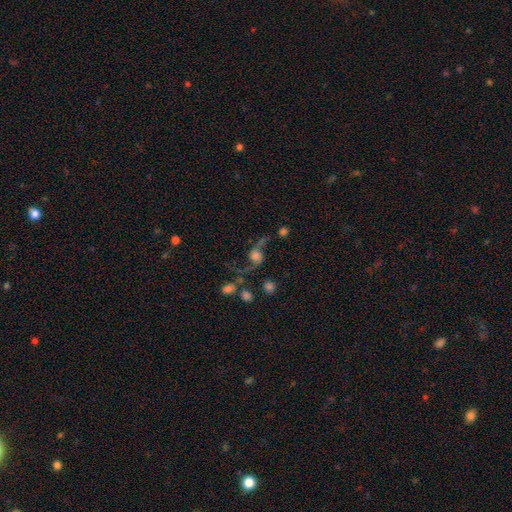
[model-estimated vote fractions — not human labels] Smooth or featured?
  - featured or disk: 69% *
  - smooth: 19%
  - star or artifact: 13%
Edge-on disk?
  - no: 95% *
  - yes: 5%
Bar?
  - no: 70% *
  - weak: 24%
  - strong: 6%
Spiral arms?
  - yes: 91% *
  - no: 9%
Spiral winding?
  - loose: 88% *
  - medium: 10%
  - tight: 2%
Spiral arm count?
  - 2: 89% *
  - 1: 6%
  - can't tell: 2%
  - 3: 1%
  - 4: 1%
  - more than 4: 1%
Bulge size?
  - large: 32% *
  - moderate: 24%
  - none: 20%
  - small: 14%
  - dominant: 10%
Merging?
  - none: 51% *
  - major disturbance: 20%
  - minor disturbance: 16%
  - merger: 13%